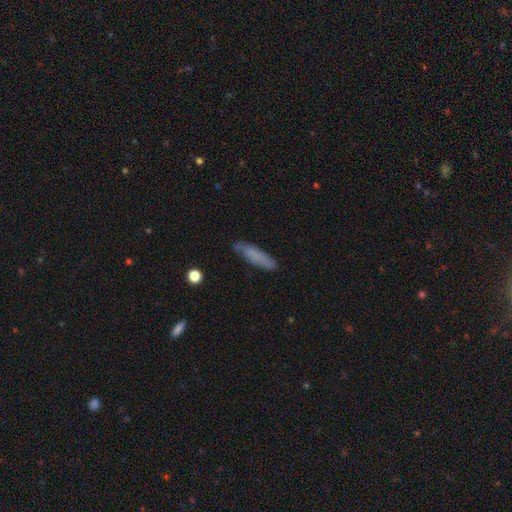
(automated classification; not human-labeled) A smooth galaxy with no disk features (73%) that is cigar-shaped (73%).

Vote fractions:
- Smooth or featured? smooth: 73% / featured or disk: 19% / star or artifact: 8%
- How rounded? cigar-shaped: 73% / in between: 25% / round: 2%
- Merging? none: 75% / minor disturbance: 19% / major disturbance: 4% / merger: 2%